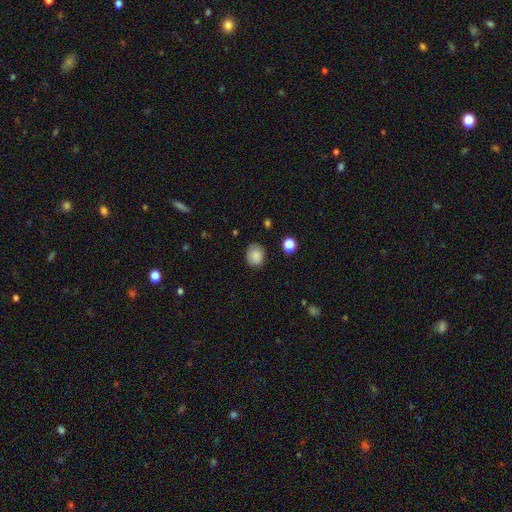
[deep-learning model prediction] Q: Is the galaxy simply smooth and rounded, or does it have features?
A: smooth — 85%.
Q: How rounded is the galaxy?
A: round — 61%.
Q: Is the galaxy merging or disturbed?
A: none — 80%.